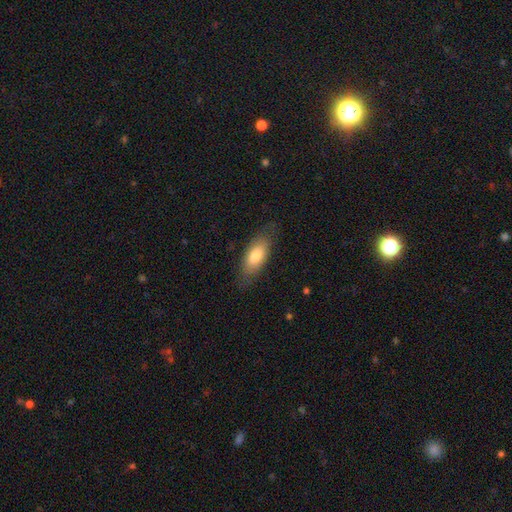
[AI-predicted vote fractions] This is likely a smooth galaxy (74%). How rounded: likely in between (79%). Merging: likely none (77%).